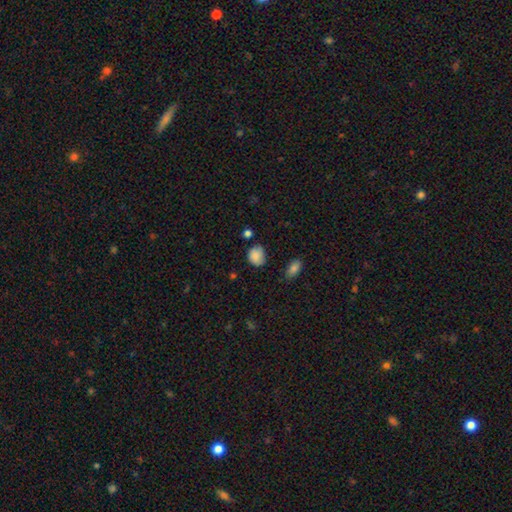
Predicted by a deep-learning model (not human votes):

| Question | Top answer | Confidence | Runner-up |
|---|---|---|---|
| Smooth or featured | smooth | 86% | star or artifact (9%) |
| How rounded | round | 57% | in between (42%) |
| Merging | none | 64% | minor disturbance (27%) |